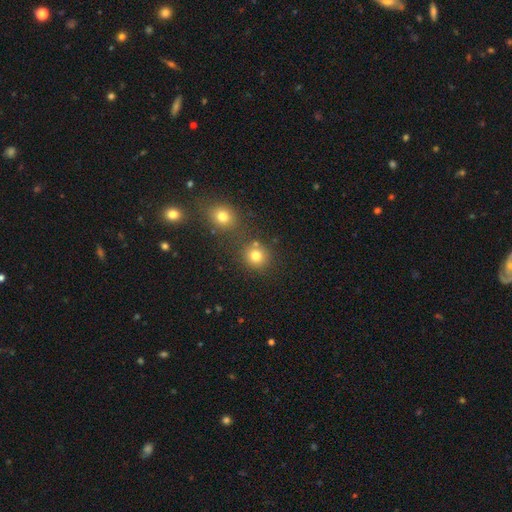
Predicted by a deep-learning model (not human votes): Overall: smooth (78%). How rounded: round (90%). Merging: none (75%).